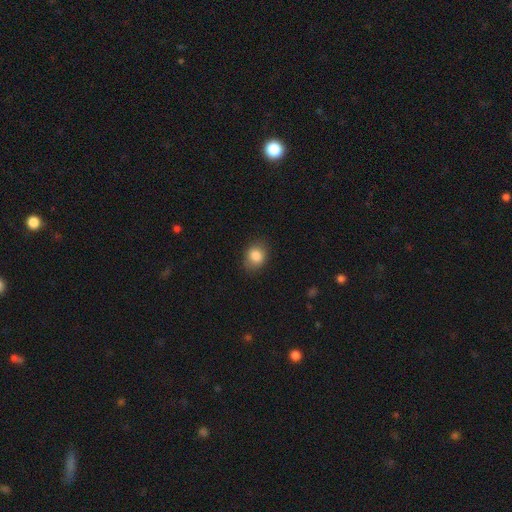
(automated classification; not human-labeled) The model was most divided on "how rounded": round: 51%, in between: 48%, cigar-shaped: 1%. More confident: smooth or featured — smooth (84%); merging — none (80%).